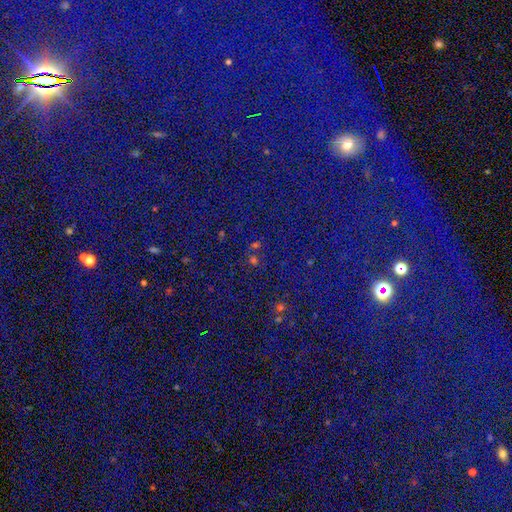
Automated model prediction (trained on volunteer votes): This is clearly a star or artifact rather than a galaxy (82%).